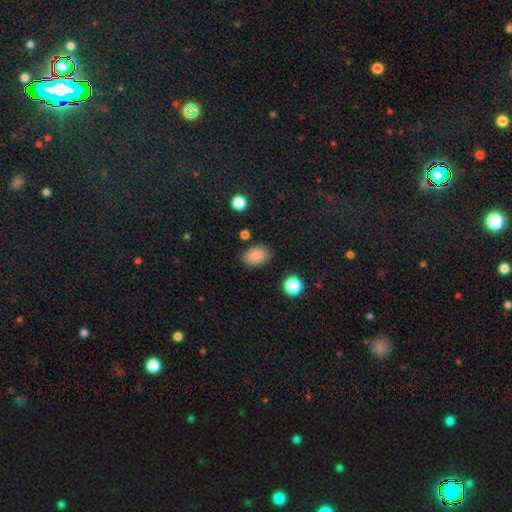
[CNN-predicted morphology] The model was most divided on "how rounded": in between: 83%, round: 16%, cigar-shaped: 1%. More confident: smooth or featured — smooth (86%); merging — none (83%).